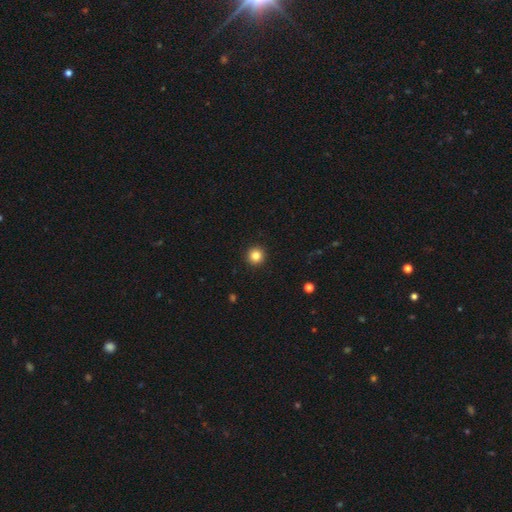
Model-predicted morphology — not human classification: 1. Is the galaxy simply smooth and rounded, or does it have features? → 84% smooth, 11% star or artifact, 5% featured or disk.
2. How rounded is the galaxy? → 96% round, 3% in between, 1% cigar-shaped.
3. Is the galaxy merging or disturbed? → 94% none, 4% minor disturbance, 1% major disturbance, 1% merger.